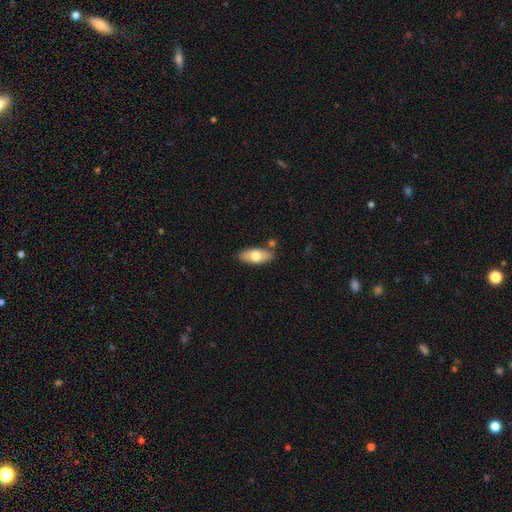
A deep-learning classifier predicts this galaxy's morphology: Smooth or featured? smooth (69%)
How rounded? in between (84%)
Merging? none (79%)